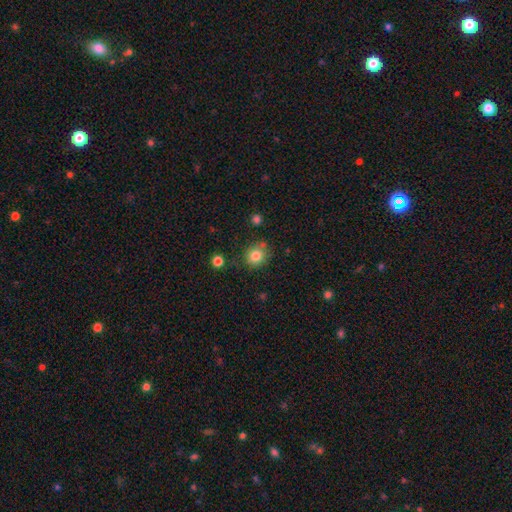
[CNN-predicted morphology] Q: Smooth or featured?
A: smooth (82%); runner-up: star or artifact (11%)
Q: How rounded?
A: round (82%); runner-up: in between (17%)
Q: Merging?
A: none (76%); runner-up: minor disturbance (14%)